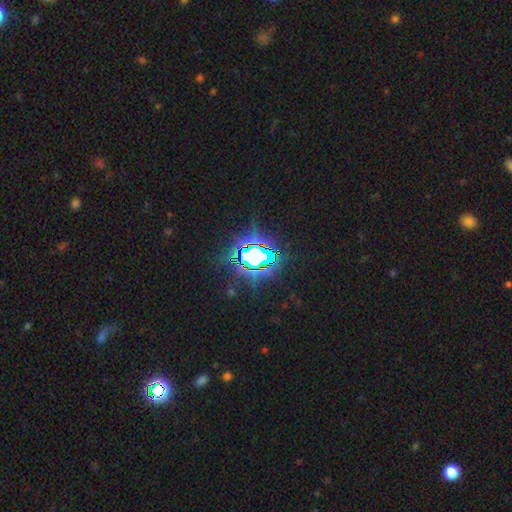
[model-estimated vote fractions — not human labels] smooth_or_featured: star or artifact (p=0.78) [alt: smooth p=0.11]